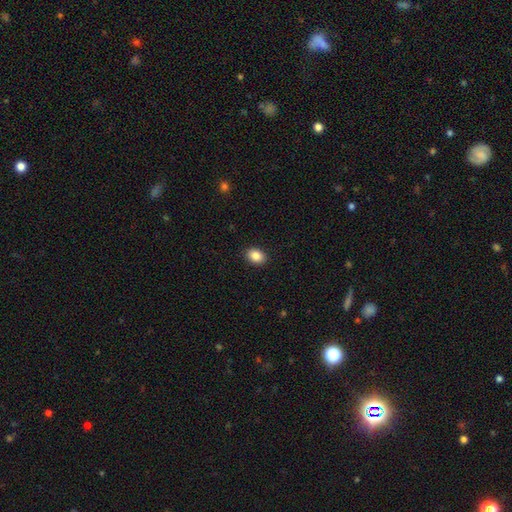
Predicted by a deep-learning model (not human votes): Smooth or featured?
  - smooth: 87% *
  - star or artifact: 8%
  - featured or disk: 5%
How rounded?
  - in between: 74% *
  - round: 25%
  - cigar-shaped: 1%
Merging?
  - none: 90% *
  - minor disturbance: 7%
  - major disturbance: 2%
  - merger: 1%